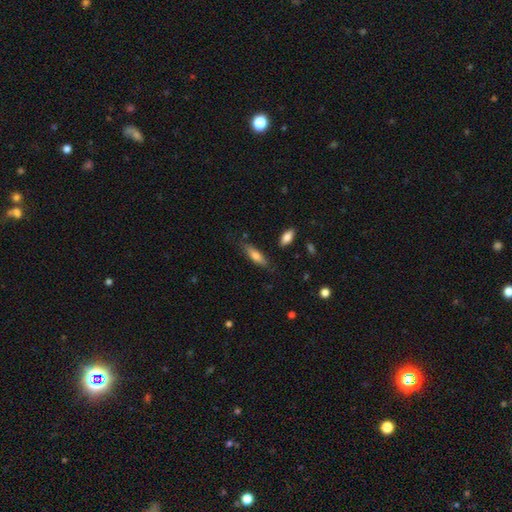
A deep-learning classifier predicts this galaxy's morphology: Smooth or featured? smooth (68%)
How rounded? cigar-shaped (56%)
Merging? none (74%)